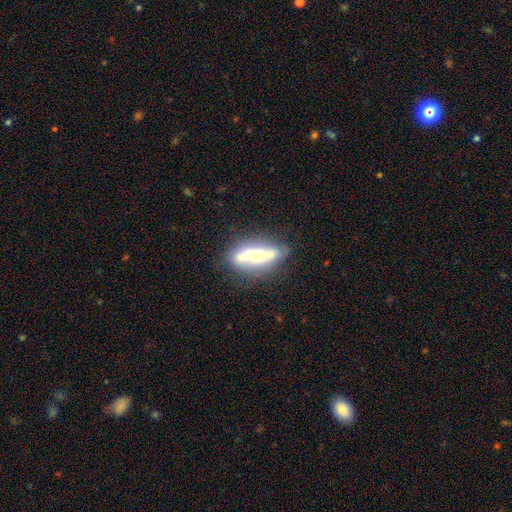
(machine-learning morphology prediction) type=featured or disk (50%); merging=none (60%).